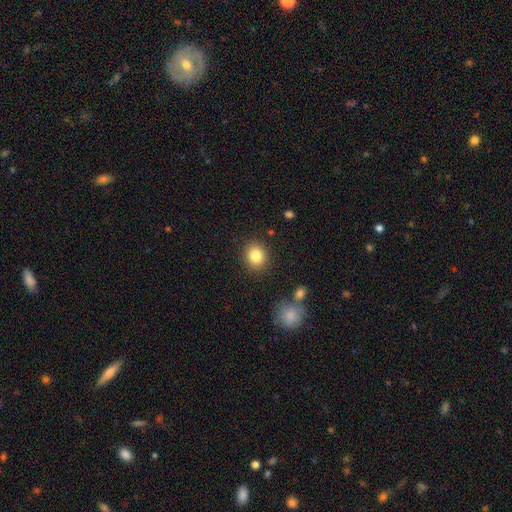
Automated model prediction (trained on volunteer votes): Morphology: type=smooth (84%); roundness=round (75%); merging=none (87%).